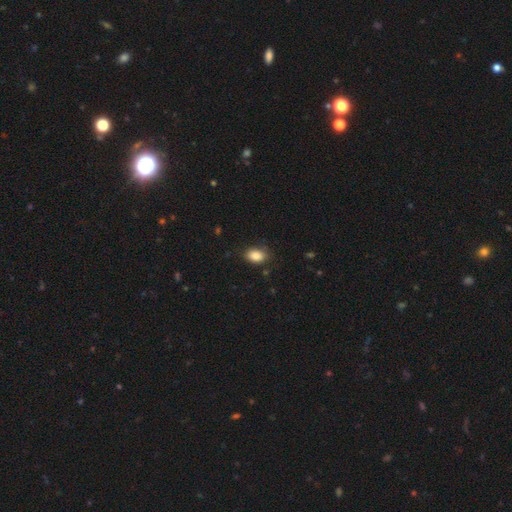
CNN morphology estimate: The model was most divided on "merging": none: 81%, minor disturbance: 15%, major disturbance: 3%, merger: 1%. More confident: smooth or featured — smooth (87%); how rounded — in between (86%).